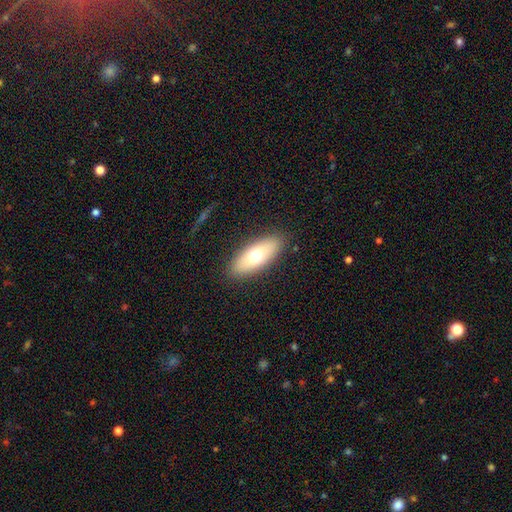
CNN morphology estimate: A smooth galaxy with no disk features (66%) that is in between round and cigar-shaped (78%). Merging: none (88%).